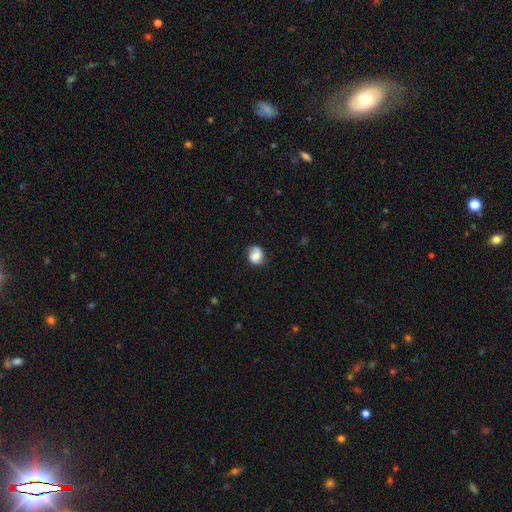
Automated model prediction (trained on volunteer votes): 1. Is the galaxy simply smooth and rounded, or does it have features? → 56% smooth, 35% featured or disk, 9% star or artifact.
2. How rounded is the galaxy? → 69% round, 30% in between, 1% cigar-shaped.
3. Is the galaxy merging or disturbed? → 68% none, 23% minor disturbance, 7% major disturbance, 2% merger.